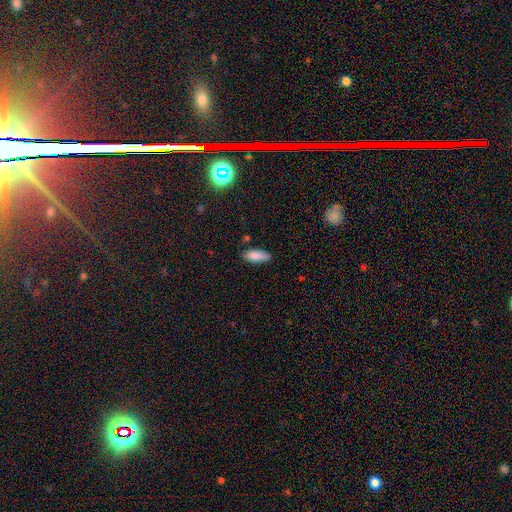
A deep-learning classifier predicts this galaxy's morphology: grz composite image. It shows a smooth galaxy with no disk features (86%) that is in between round and cigar-shaped (78%). Merging: none (75%).